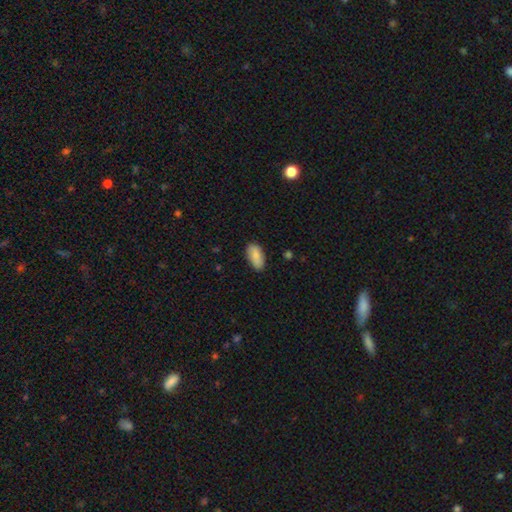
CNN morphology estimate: This is clearly a smooth galaxy (86%). How rounded: clearly in between (91%). Merging: clearly none (82%).